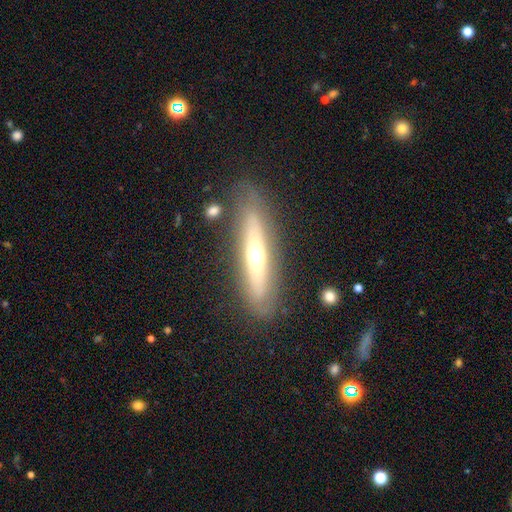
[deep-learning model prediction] A featured or disk galaxy (54%) viewed edge-on (75%).

Vote fractions:
- Smooth or featured? featured or disk: 54% / smooth: 38% / star or artifact: 7%
- Edge-on disk? yes: 75% / no: 25%
- Merging? none: 78% / minor disturbance: 13% / major disturbance: 6% / merger: 3%